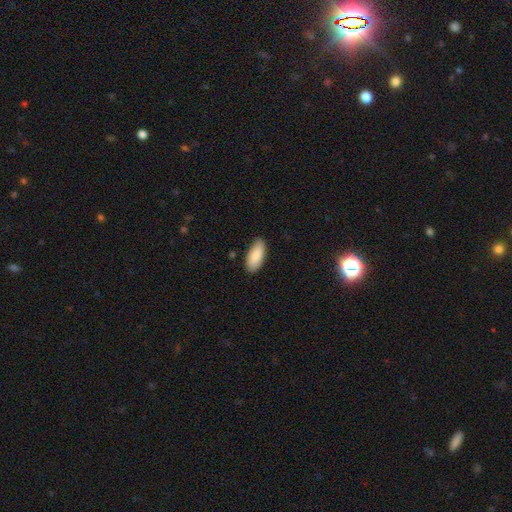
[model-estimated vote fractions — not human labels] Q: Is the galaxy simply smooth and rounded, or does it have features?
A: smooth — 89%.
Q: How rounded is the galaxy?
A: in between — 87%.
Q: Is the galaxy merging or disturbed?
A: none — 87%.